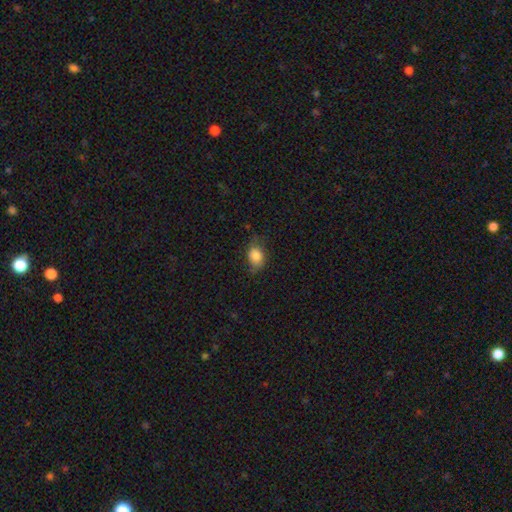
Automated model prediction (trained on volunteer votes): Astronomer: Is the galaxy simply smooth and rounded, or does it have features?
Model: smooth — 84%.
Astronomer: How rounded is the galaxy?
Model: in between — 64%.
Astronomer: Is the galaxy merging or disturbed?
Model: none — 62%.